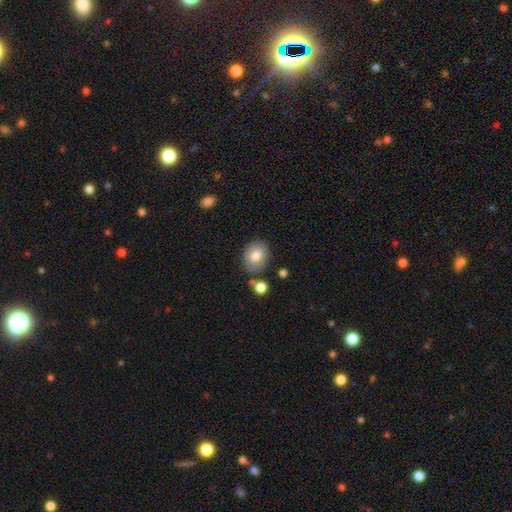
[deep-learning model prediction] A smooth galaxy with no disk features (75%) that is in between round and cigar-shaped (63%). Merging: none (78%).